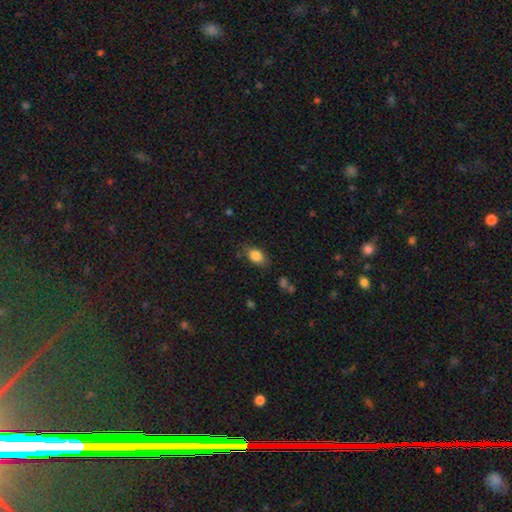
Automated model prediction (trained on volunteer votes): smooth 85%, star or artifact 8%, featured or disk 7%. Down the decision tree: how rounded — in between (85%); merging — none (76%).